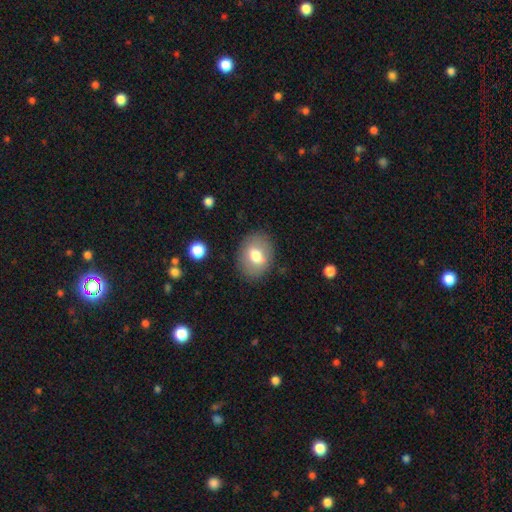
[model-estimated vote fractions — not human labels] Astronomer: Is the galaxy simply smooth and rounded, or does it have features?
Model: smooth — 71%.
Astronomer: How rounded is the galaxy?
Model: in between — 59% (runner-up: round, 40%).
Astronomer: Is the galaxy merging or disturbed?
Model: none — 84%.